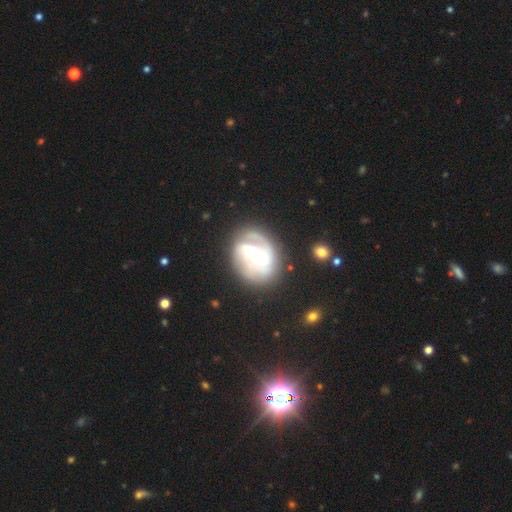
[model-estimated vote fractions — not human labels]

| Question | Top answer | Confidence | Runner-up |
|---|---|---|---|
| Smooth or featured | featured or disk | 80% | smooth (14%) |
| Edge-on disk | no | 97% | yes (3%) |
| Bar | strong | 47% | weak (36%) |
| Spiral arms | yes | 88% | no (12%) |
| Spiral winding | medium | 40% | tight (39%) |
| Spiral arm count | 2 | 53% | can't tell (19%) |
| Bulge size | small | 45% | moderate (41%) |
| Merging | none | 66% | minor disturbance (19%) |